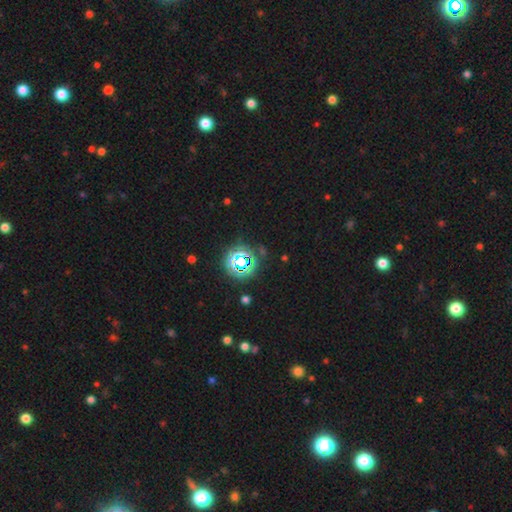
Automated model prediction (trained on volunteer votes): Smooth or featured: star or artifact — 72% (smooth — 20%)